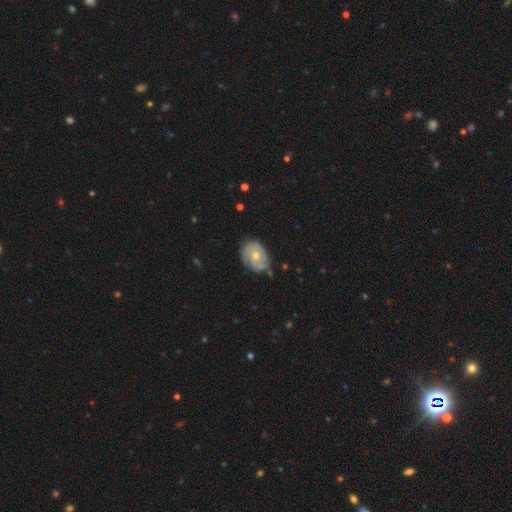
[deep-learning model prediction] This appears to be a featured or disk galaxy (55%) with no bar (82%), spiral arms (73%) and a small central bulge (49%). Merging: none (63%).